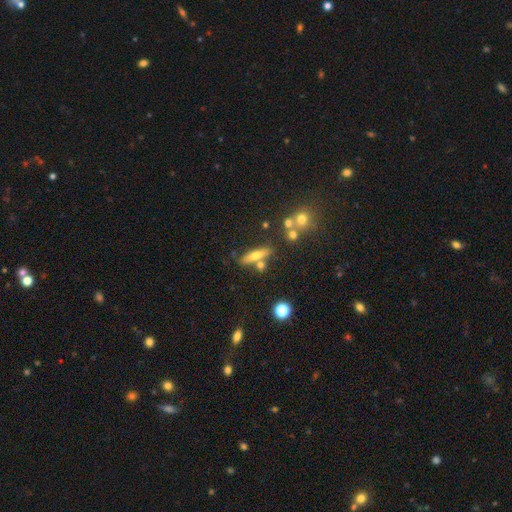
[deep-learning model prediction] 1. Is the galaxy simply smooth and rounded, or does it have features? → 53% smooth, 36% featured or disk, 10% star or artifact.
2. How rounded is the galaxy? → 62% cigar-shaped, 33% in between, 5% round.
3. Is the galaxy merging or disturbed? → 65% none, 18% merger, 13% minor disturbance, 5% major disturbance.